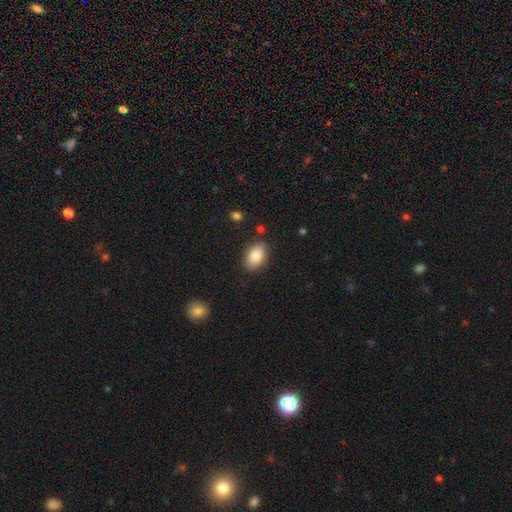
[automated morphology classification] type=smooth (86%); roundness=in between (91%); merging=none (84%).